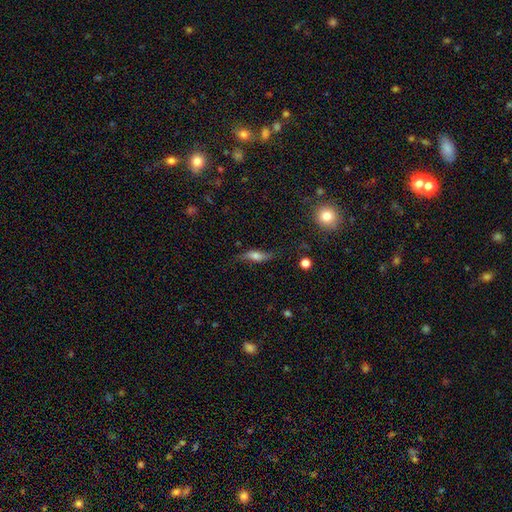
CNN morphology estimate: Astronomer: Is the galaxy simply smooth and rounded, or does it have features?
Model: smooth — 50% (runner-up: featured or disk, 41%).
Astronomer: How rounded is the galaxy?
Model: in between — 51% (runner-up: cigar-shaped, 44%).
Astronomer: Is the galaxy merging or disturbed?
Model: none — 67%.